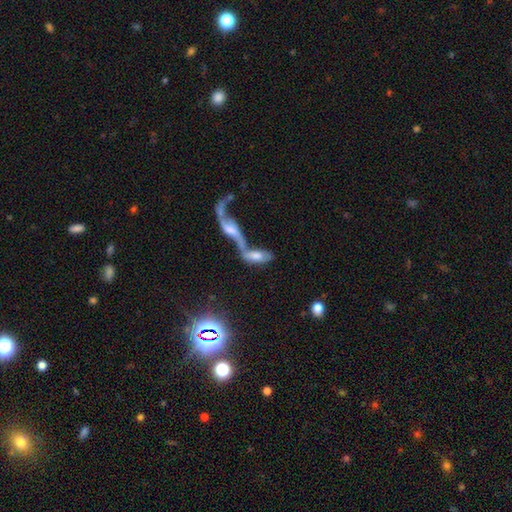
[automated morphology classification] Smooth or featured? Predicted: smooth (p=0.48). Merging? Predicted: merger (p=0.71).